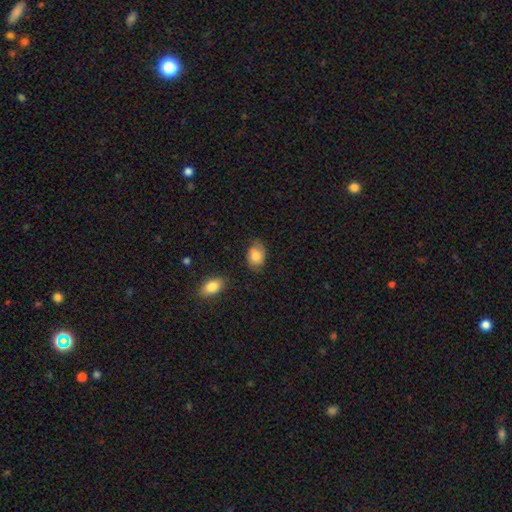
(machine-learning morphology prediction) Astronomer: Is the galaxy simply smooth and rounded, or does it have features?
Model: smooth — 78%.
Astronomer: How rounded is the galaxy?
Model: in between — 74%.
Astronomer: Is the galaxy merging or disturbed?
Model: none — 67%.